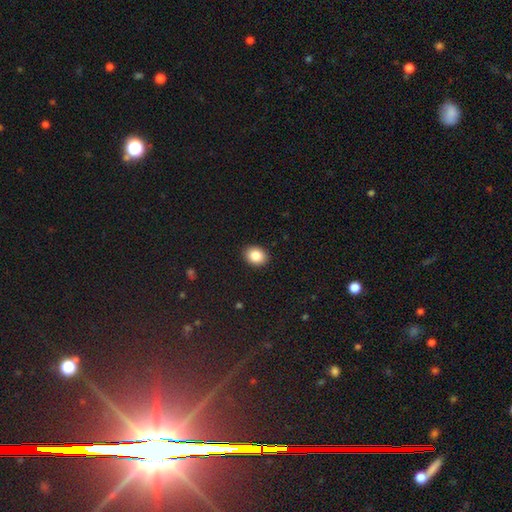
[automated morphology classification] smooth 86%, star or artifact 9%, featured or disk 5%. Down the decision tree: how rounded — in between (57%); merging — none (90%).